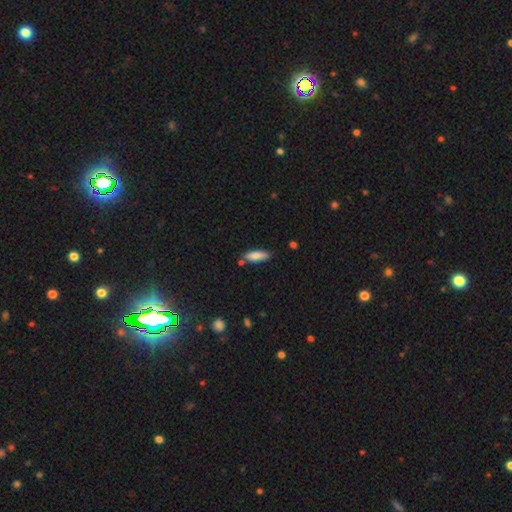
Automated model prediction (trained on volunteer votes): A smooth galaxy with no disk features (83%) that is in between round and cigar-shaped (54%). Merging: none (79%).